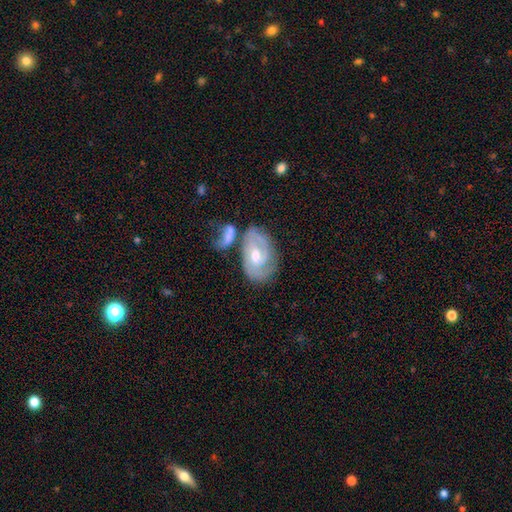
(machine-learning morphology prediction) A featured or disk galaxy (82%) with no bar (44%, tied with weak), 2 (61%) tight (60%) spiral arms (93%) and a moderate central bulge (69%).

Vote fractions:
- Smooth or featured? featured or disk: 82% / smooth: 12% / star or artifact: 6%
- Edge-on disk? no: 96% / yes: 4%
- Bar? no: 44% (tied) / weak: 44% (tied) / strong: 11%
- Spiral arms? yes: 93% / no: 7%
- Spiral winding? tight: 60% / medium: 33% / loose: 8%
- Spiral arm count? 2: 61% / can't tell: 18% / 3: 11% / 1: 6% / 4: 2% / more than 4: 2%
- Bulge size? moderate: 69% / small: 23% / large: 5% / none: 2% / dominant: 1%
- Merging? none: 52% / merger: 22% / minor disturbance: 17% / major disturbance: 9%